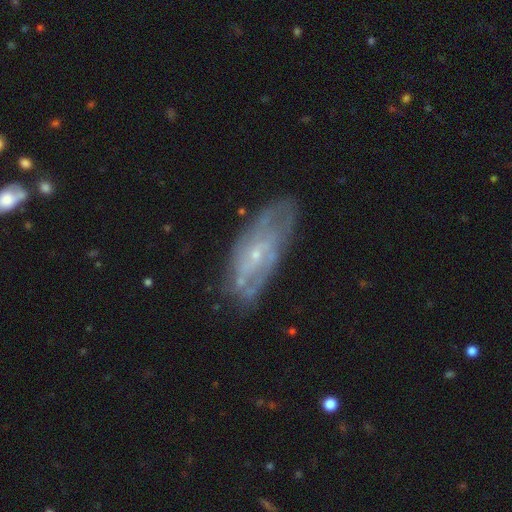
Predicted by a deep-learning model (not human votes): This appears to be a featured or disk galaxy (74%) with no bar (58%), spiral arms (74%) and a small central bulge (78%). Merging: none (69%).